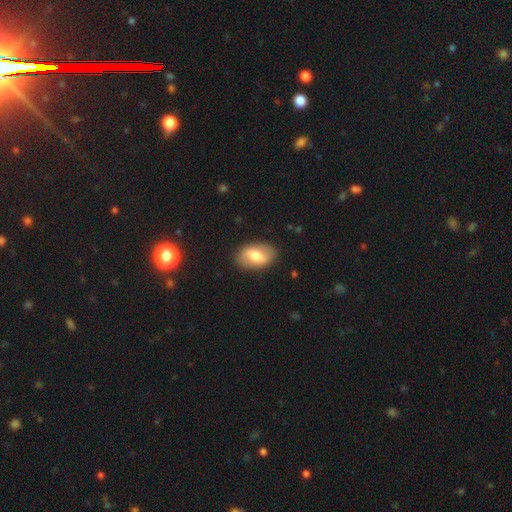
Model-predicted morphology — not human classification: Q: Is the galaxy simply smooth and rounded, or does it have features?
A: smooth — 56%.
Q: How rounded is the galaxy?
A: in between — 88%.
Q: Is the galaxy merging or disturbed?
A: none — 85%.